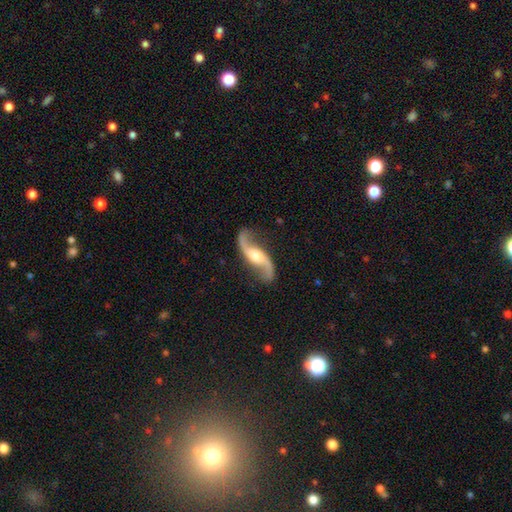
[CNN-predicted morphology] This appears to be a featured or disk galaxy (92%) with no bar (54%), 2 (95%) loose (83%) spiral arms (98%) and a moderate central bulge (63%). Merging: none (84%).